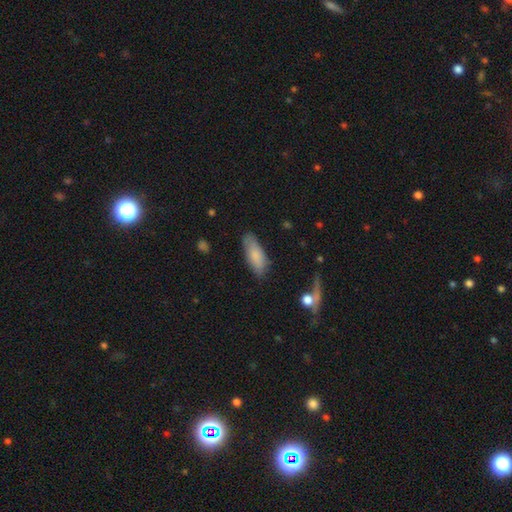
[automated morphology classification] smooth_or_featured: smooth (p=0.81) [alt: featured or disk p=0.13]
how_rounded: in between (p=0.69) [alt: cigar-shaped p=0.29]
merging: none (p=0.76) [alt: minor disturbance p=0.18]